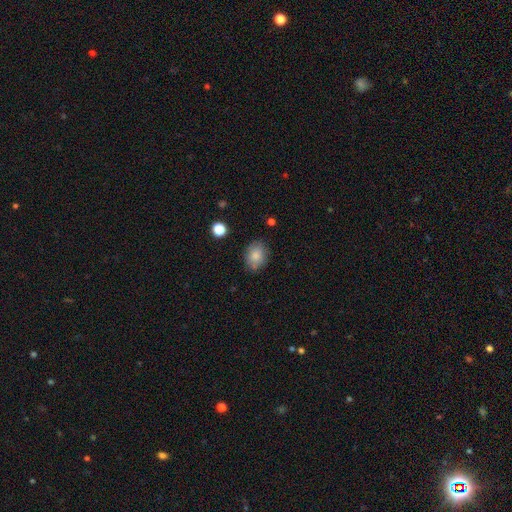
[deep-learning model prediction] This is clearly a smooth galaxy (83%). How rounded: likely in between (68%). Merging: likely none (80%).